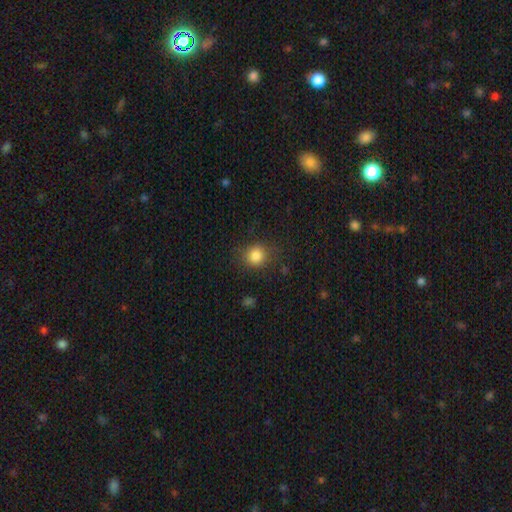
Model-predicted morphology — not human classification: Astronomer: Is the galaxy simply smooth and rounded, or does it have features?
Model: smooth — 84%.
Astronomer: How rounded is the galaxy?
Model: round — 79%.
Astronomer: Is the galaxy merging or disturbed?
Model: none — 81%.